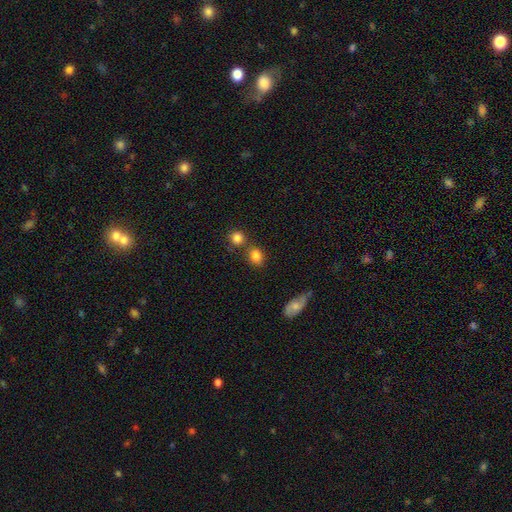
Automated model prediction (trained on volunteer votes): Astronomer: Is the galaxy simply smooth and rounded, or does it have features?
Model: smooth — 83%.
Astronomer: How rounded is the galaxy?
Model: round — 50% (runner-up: in between, 48%).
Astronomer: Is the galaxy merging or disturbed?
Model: none — 61%.